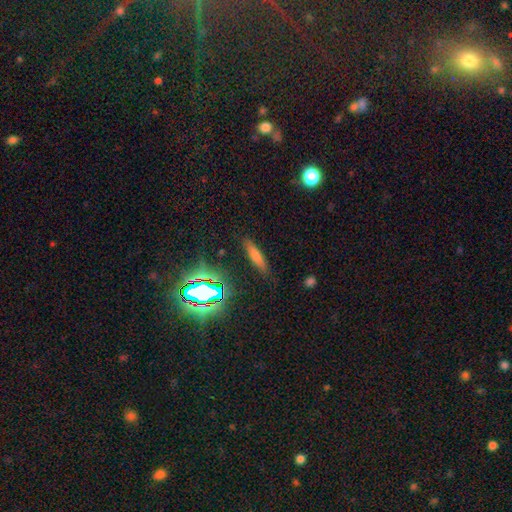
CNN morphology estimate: Smooth or featured: smooth — 67% (featured or disk — 18%)
How rounded: cigar-shaped — 74% (in between — 24%)
Merging: none — 85% (minor disturbance — 10%)